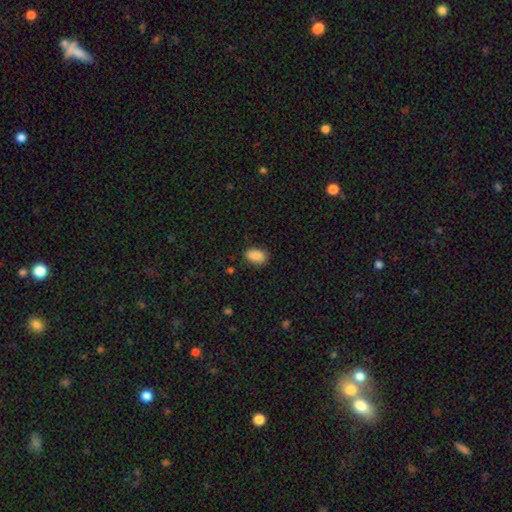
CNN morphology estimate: type=smooth (89%); roundness=in between (90%); merging=none (81%).